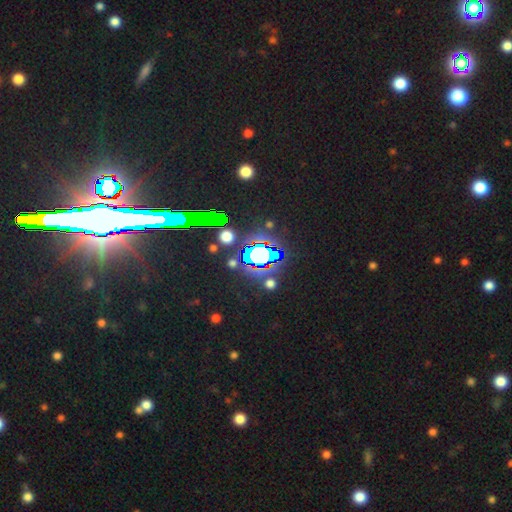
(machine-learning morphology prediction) Smooth or featured: star or artifact — 84% (featured or disk — 8%)